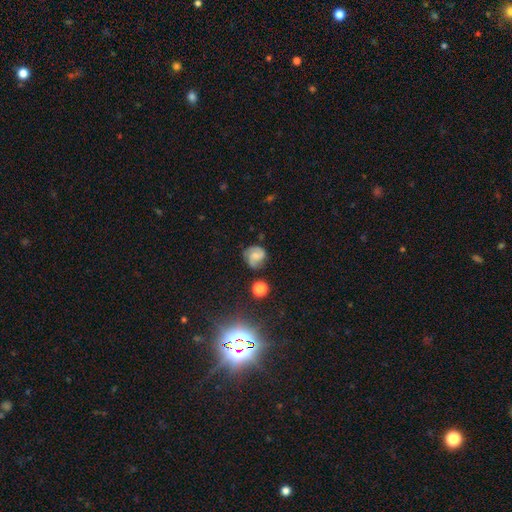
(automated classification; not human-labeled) Smooth or featured?
  - featured or disk: 60% *
  - smooth: 30%
  - star or artifact: 10%
Edge-on disk?
  - no: 98% *
  - yes: 2%
Bar?
  - no: 55% *
  - weak: 37%
  - strong: 8%
Spiral arms?
  - yes: 92% *
  - no: 8%
Spiral winding?
  - medium: 47% *
  - tight: 36%
  - loose: 17%
Spiral arm count?
  - 2: 70% *
  - 3: 11%
  - can't tell: 11%
  - 1: 4%
  - 4: 2%
  - more than 4: 2%
Bulge size?
  - small: 39% *
  - moderate: 29%
  - none: 26%
  - large: 4%
  - dominant: 1%
Merging?
  - none: 69% *
  - minor disturbance: 20%
  - major disturbance: 7%
  - merger: 3%